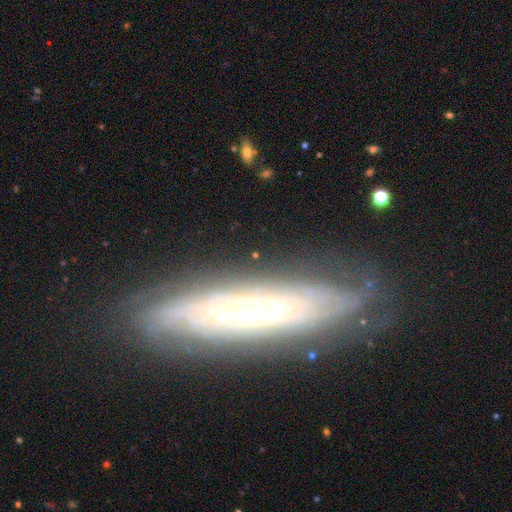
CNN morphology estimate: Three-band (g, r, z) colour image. It shows a featured or disk galaxy (73%). Merging: none (75%).